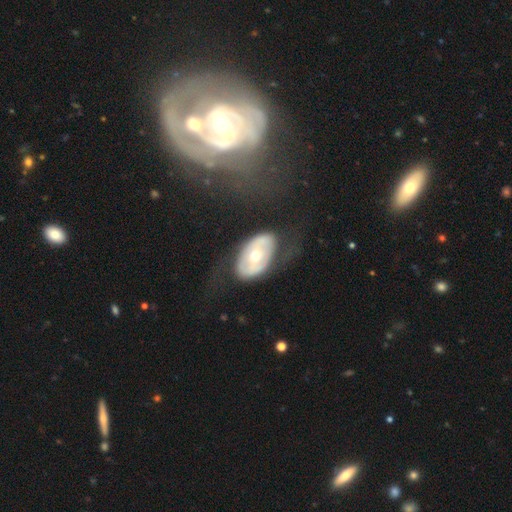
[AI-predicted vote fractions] Smooth or featured?
  - featured or disk: 62% *
  - smooth: 32%
  - star or artifact: 5%
Edge-on disk?
  - no: 92% *
  - yes: 8%
Bar?
  - no: 69% *
  - weak: 18%
  - strong: 13%
Spiral arms?
  - no: 67% *
  - yes: 33%
Bulge size?
  - moderate: 70% *
  - small: 23%
  - large: 5%
  - dominant: 1%
  - none: 1%
Merging?
  - none: 66% *
  - minor disturbance: 17%
  - major disturbance: 15%
  - merger: 2%